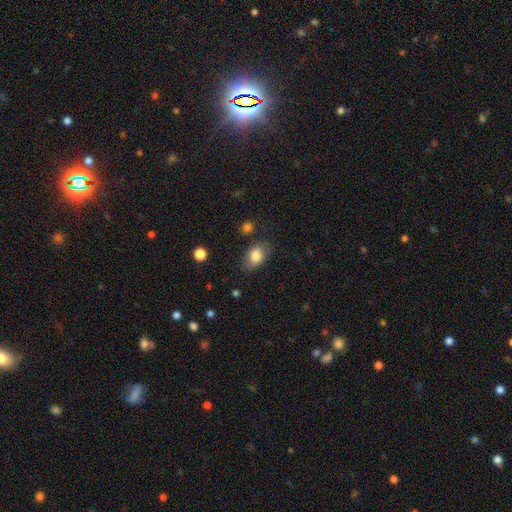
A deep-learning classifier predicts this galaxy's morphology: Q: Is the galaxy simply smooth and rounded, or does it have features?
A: smooth — 81%.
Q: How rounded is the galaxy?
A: in between — 86%.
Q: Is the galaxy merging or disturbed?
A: none — 77%.